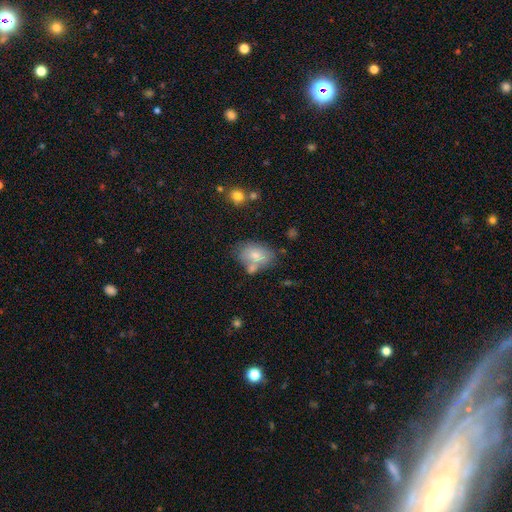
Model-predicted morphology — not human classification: Smooth or featured: smooth — 74% (featured or disk — 18%)
How rounded: in between — 83% (round — 16%)
Merging: none — 52% (merger — 23%)